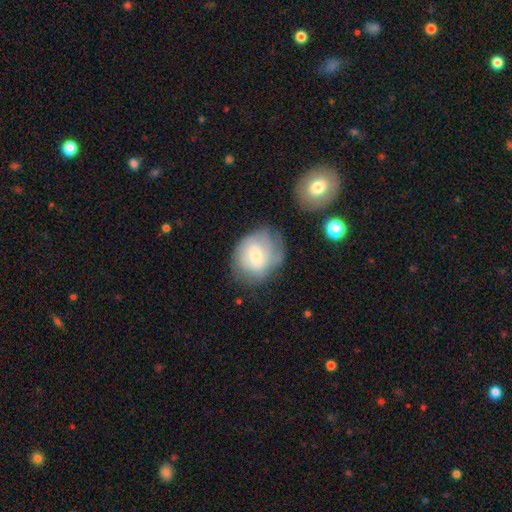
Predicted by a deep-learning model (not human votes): This is possibly a featured or disk galaxy (54%). It is clearly not viewed edge-on (97%). Bar: possibly weak (50%). Spiral arm pattern: clearly yes (81%). Central bulge: marginally moderate (45%). Merging: likely none (62%).